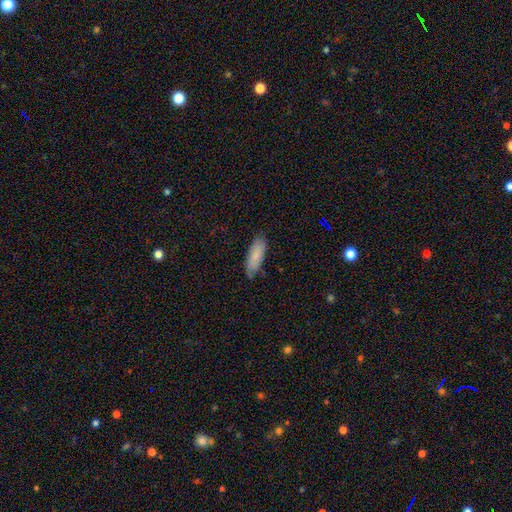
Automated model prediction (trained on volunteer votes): A smooth galaxy with no disk features (76%) that is in between round and cigar-shaped (65%).

Vote fractions:
- Smooth or featured? smooth: 76% / featured or disk: 18% / star or artifact: 6%
- How rounded? in between: 65% / cigar-shaped: 33% / round: 2%
- Merging? none: 75% / minor disturbance: 20% / major disturbance: 4% / merger: 1%